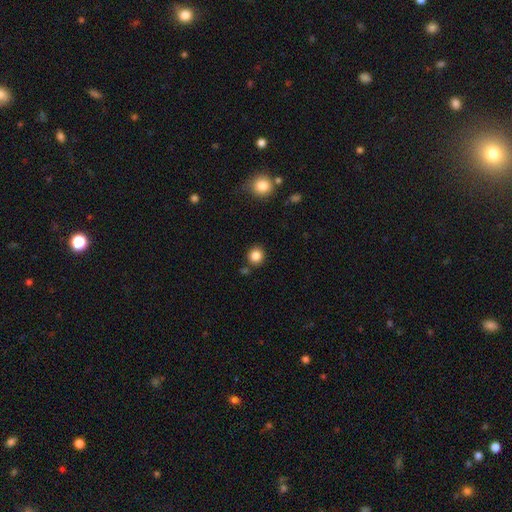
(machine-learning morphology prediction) type=smooth (85%); roundness=round (89%); merging=none (85%).